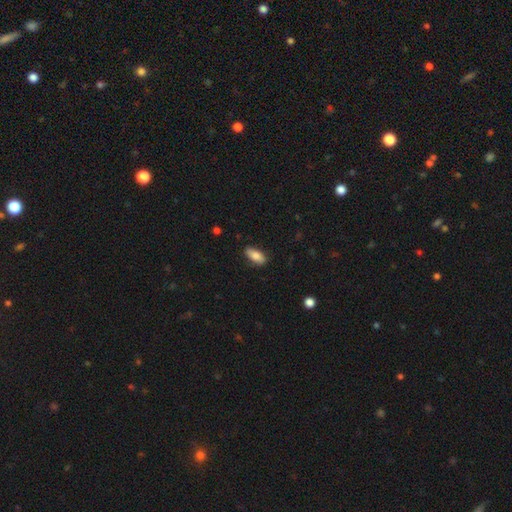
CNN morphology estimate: This is clearly a smooth galaxy (81%). How rounded: clearly in between (86%). Merging: clearly none (84%).